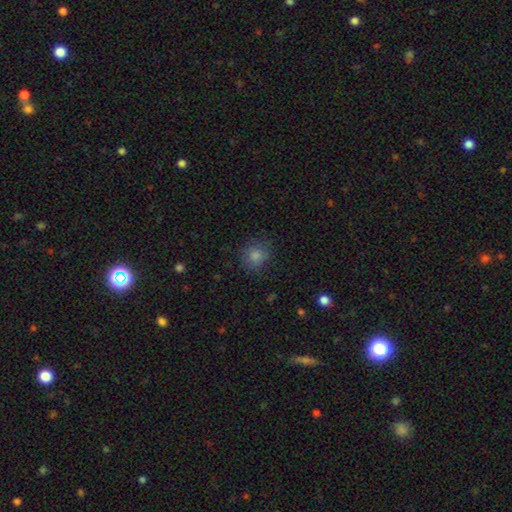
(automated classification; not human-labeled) Smooth or featured?
  - smooth: 83% *
  - star or artifact: 11%
  - featured or disk: 6%
How rounded?
  - round: 84% *
  - in between: 15%
  - cigar-shaped: 1%
Merging?
  - none: 78% *
  - minor disturbance: 15%
  - major disturbance: 5%
  - merger: 1%